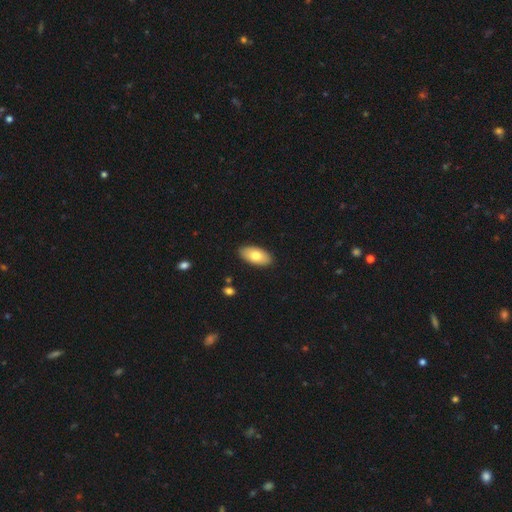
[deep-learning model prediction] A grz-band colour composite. It shows a smooth galaxy with no disk features (77%) that is in between round and cigar-shaped (94%). Merging: none (89%).